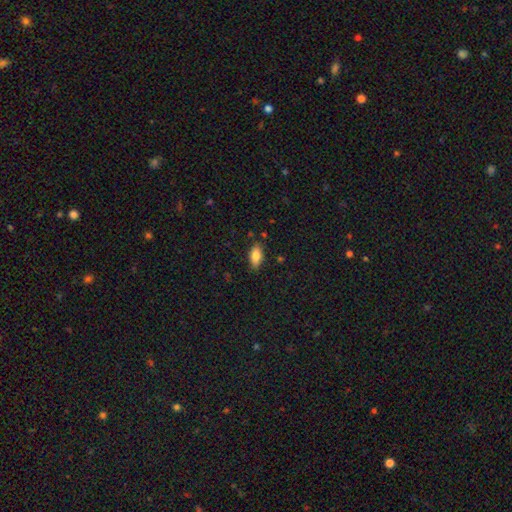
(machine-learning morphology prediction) smooth 82%, featured or disk 10%, star or artifact 8%. Down the decision tree: how rounded — in between (88%); merging — none (83%).